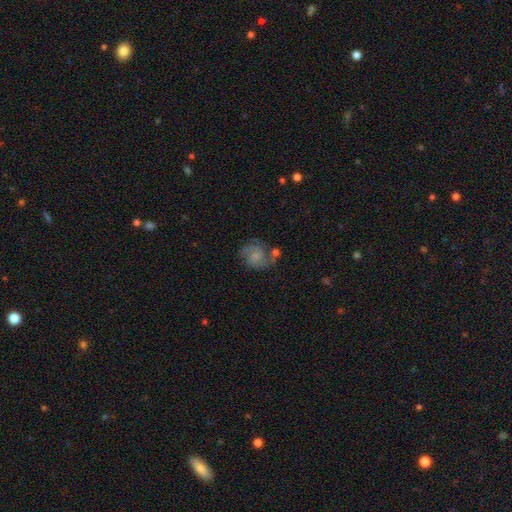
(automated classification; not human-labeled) featured or disk 66%, smooth 26%, star or artifact 9%. Down the decision tree: edge-on disk — no (98%); bar — no (66%); spiral arms — yes (92%); spiral arm count — 2 (73%); spiral winding — medium (48%); bulge size — small (51%); merging — none (58%).